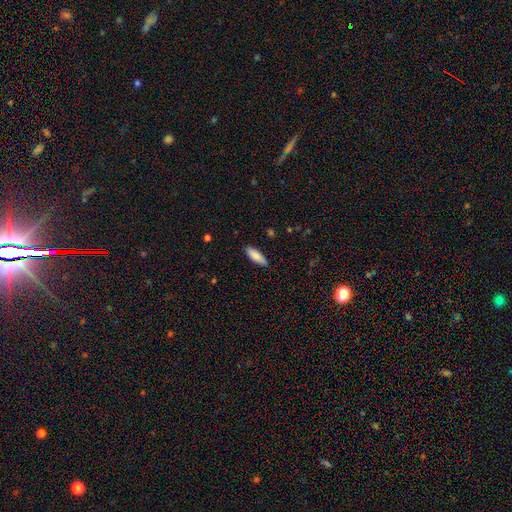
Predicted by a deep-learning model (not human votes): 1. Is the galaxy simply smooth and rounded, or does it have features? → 86% smooth, 8% featured or disk, 6% star or artifact.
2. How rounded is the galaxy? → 60% in between, 38% cigar-shaped, 2% round.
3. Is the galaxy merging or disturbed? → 86% none, 11% minor disturbance, 2% major disturbance, 1% merger.